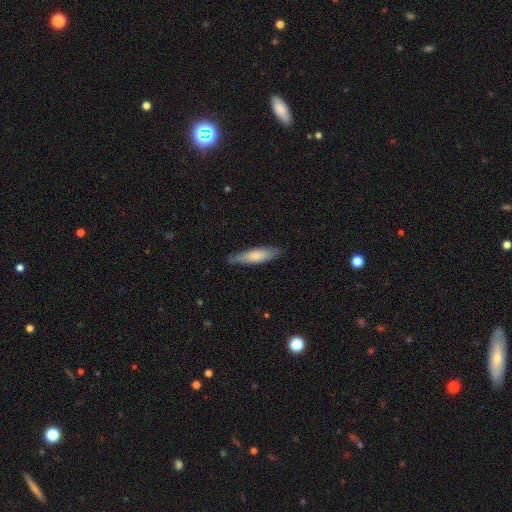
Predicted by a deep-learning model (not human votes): Smooth or featured: smooth — 71% (featured or disk — 23%)
How rounded: cigar-shaped — 70% (in between — 29%)
Merging: none — 79% (minor disturbance — 17%)